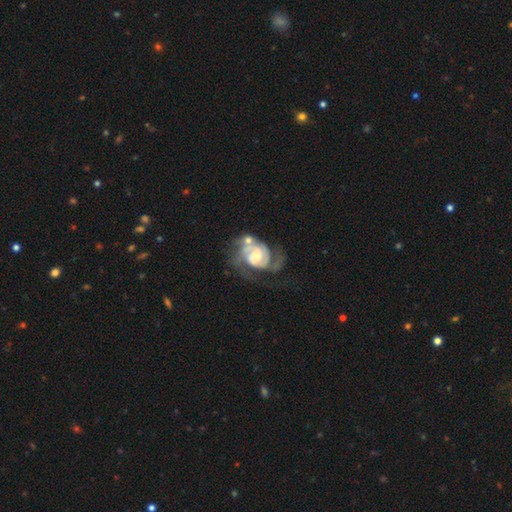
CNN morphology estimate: Overall: featured or disk (88%). Edge-on disk: no (98%). Bar: no (61%; weak 33%). Spiral arms: yes (96%). Spiral arm count: 2 (67%). Spiral winding: tight (50%; medium 39%). Bulge size: moderate (52%; small 30%). Merging: none (41%; major disturbance 24%).